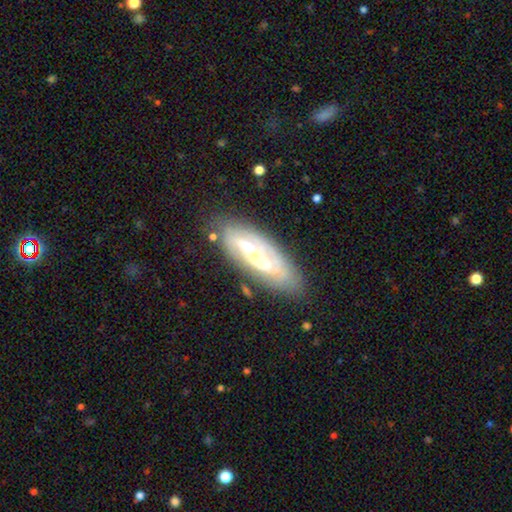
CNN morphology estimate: smooth_or_featured: featured or disk (p=0.72) [alt: smooth p=0.21]
disk_edge_on: no (p=0.82) [alt: yes p=0.18]
bar: no (p=0.36) [alt: weak p=0.33]
has_spiral_arms: yes (p=0.67) [alt: no p=0.33]
bulge_size: moderate (p=0.48) [alt: small p=0.38]
merging: none (p=0.68) [alt: minor disturbance p=0.19]